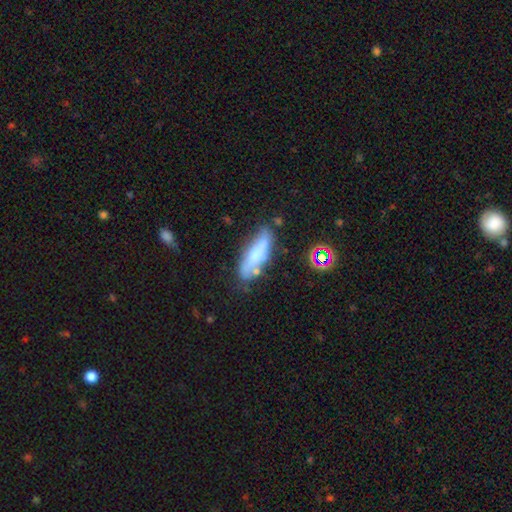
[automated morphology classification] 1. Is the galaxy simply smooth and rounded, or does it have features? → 62% smooth, 29% featured or disk, 9% star or artifact.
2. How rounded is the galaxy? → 52% cigar-shaped, 45% in between, 2% round.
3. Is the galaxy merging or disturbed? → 56% none, 26% minor disturbance, 9% major disturbance, 9% merger.